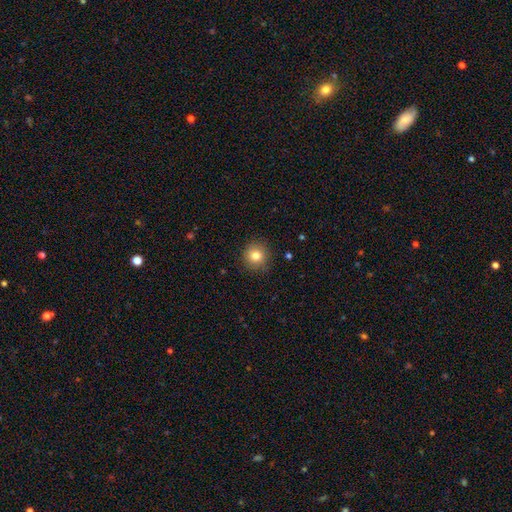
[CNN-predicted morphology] Q: Smooth or featured?
A: smooth (81%); runner-up: star or artifact (11%)
Q: How rounded?
A: round (92%); runner-up: in between (7%)
Q: Merging?
A: none (89%); runner-up: minor disturbance (7%)